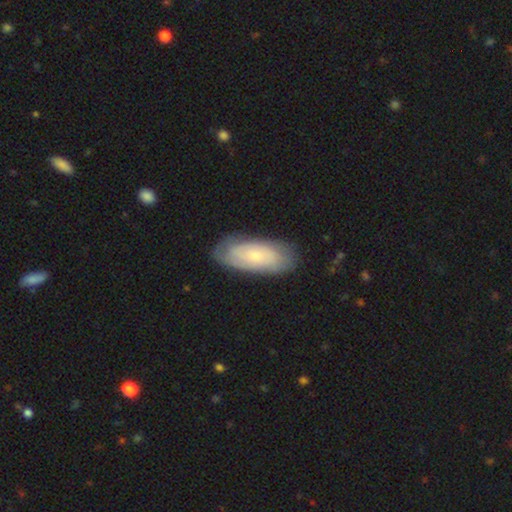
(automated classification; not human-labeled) Smooth or featured?
  - featured or disk: 47% * (tied)
  - smooth: 47% * (tied)
  - star or artifact: 6%
Merging?
  - none: 77% *
  - minor disturbance: 17%
  - major disturbance: 4%
  - merger: 1%